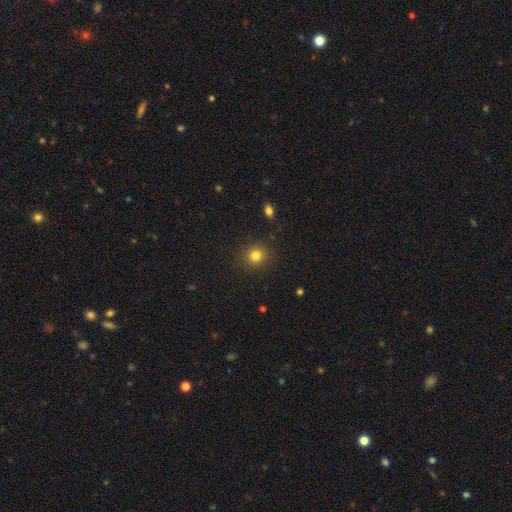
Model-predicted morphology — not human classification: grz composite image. It shows a smooth galaxy with no disk features (82%) that is round (88%). Merging: none (89%).